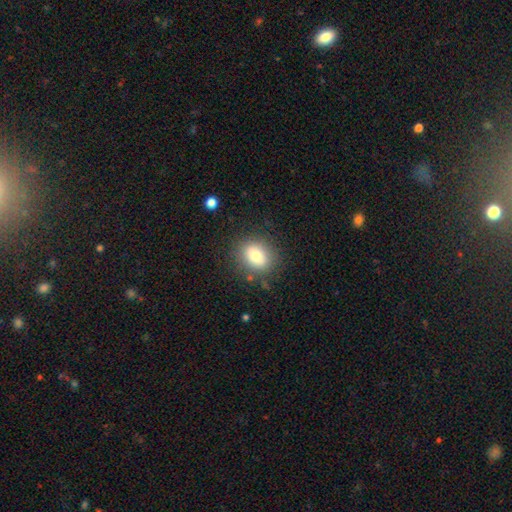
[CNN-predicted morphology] Smooth or featured? Predicted: smooth (p=0.77). How rounded? Predicted: round (p=0.56). Merging? Predicted: none (p=0.82).